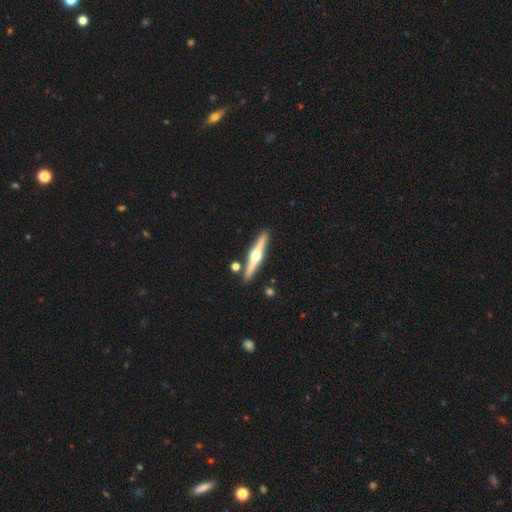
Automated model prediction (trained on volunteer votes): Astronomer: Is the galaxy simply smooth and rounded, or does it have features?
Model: featured or disk — 75%.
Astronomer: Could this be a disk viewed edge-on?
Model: yes — 98%.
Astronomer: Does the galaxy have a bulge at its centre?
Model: rounded — 96%.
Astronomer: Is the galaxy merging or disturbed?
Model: none — 88%.